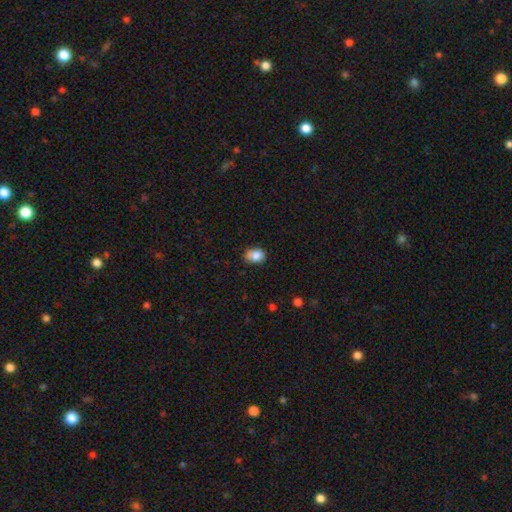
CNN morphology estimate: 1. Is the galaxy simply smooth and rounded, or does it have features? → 83% smooth, 9% star or artifact, 8% featured or disk.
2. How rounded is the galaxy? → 70% in between, 28% round, 1% cigar-shaped.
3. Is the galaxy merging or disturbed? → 62% none, 29% minor disturbance, 5% major disturbance, 3% merger.